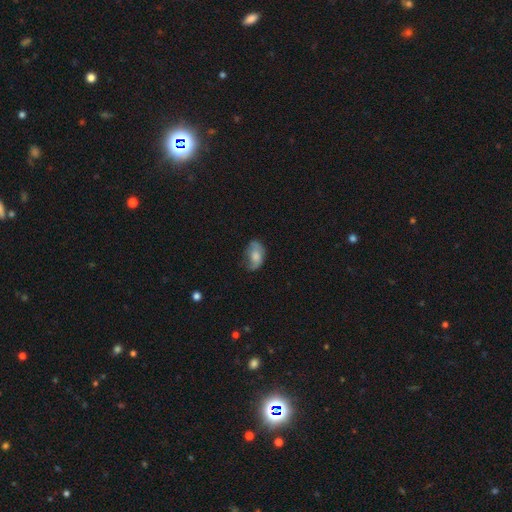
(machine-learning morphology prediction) Smooth or featured?
  - smooth: 58% *
  - featured or disk: 34%
  - star or artifact: 8%
How rounded?
  - in between: 88% *
  - round: 10%
  - cigar-shaped: 2%
Merging?
  - none: 48% *
  - minor disturbance: 33%
  - major disturbance: 17%
  - merger: 2%